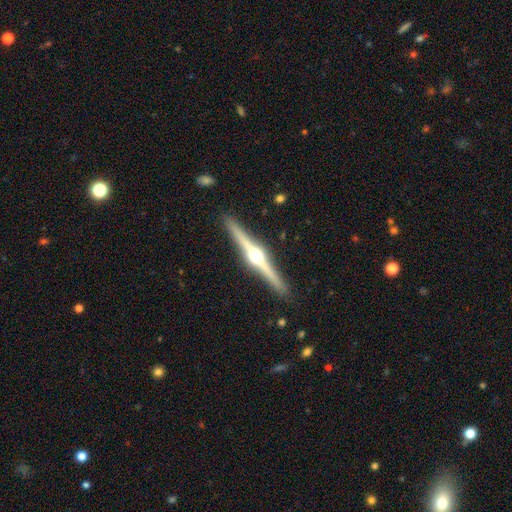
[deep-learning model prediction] This is clearly a featured or disk galaxy (84%). It is clearly viewed edge-on (98%). Edge-on bulge: clearly rounded (96%). Merging: clearly none (91%).